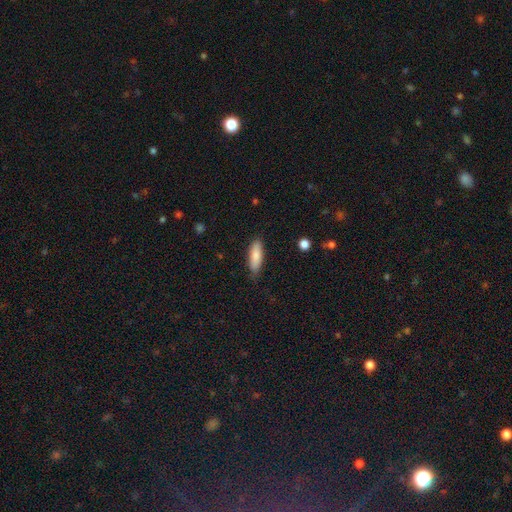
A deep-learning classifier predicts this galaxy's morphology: The model was most divided on "how rounded": in between: 51%, cigar-shaped: 47%, round: 2%. More confident: smooth or featured — smooth (83%); merging — none (81%).